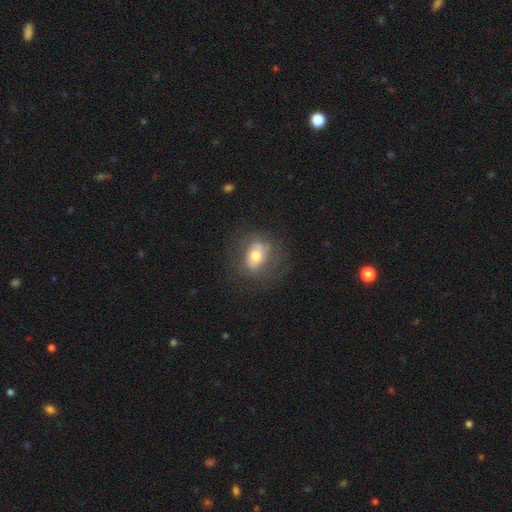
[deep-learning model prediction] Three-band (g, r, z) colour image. It shows a smooth galaxy with no disk features (47%). Merging: none (64%).